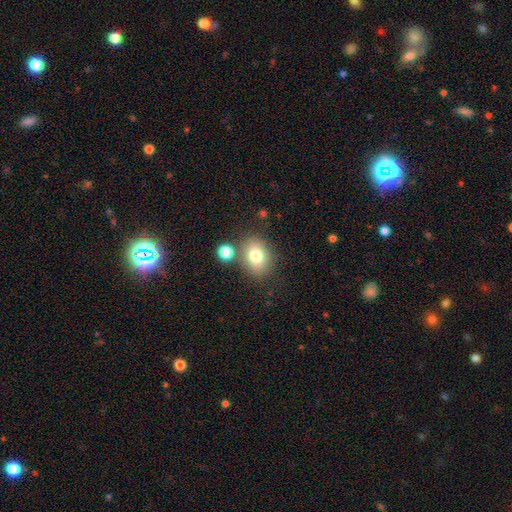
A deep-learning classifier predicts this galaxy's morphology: smooth-or-featured: smooth: 78% | featured or disk: 12% | star or artifact: 10%
  how-rounded: in between: 63% | round: 36% | cigar-shaped: 1%
  merging: none: 71% | merger: 13% | minor disturbance: 12% | major disturbance: 4%